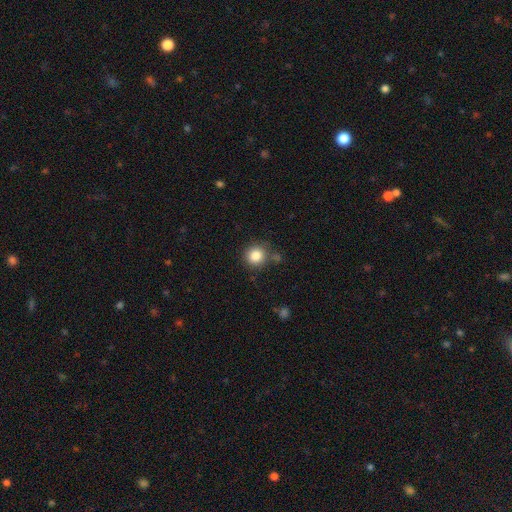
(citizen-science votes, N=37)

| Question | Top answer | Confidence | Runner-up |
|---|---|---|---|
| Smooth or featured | smooth | 89% | featured or disk (5%) |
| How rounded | round | 88% | in between (12%) |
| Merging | none | 74% | minor disturbance (14%) |